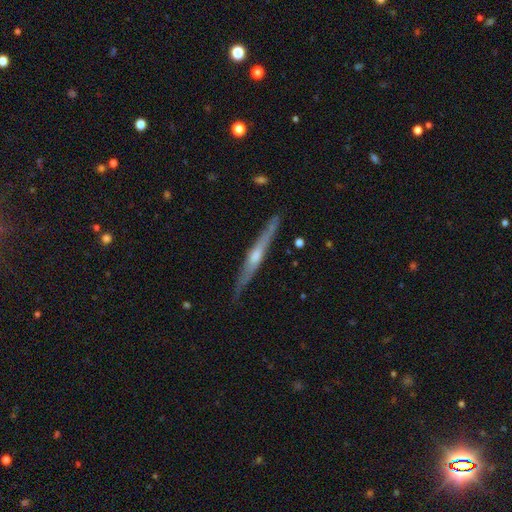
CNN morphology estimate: featured or disk 79%, smooth 16%, star or artifact 5%. Down the decision tree: edge-on disk — yes (98%); edge-on bulge — rounded (79%); merging — none (89%).